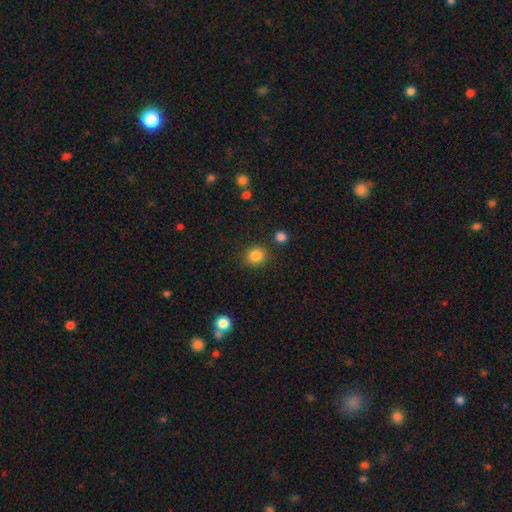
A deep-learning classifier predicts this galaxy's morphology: The model was most divided on "how rounded": round: 79%, in between: 20%, cigar-shaped: 1%. More confident: merging — none (85%); smooth or featured — smooth (85%).